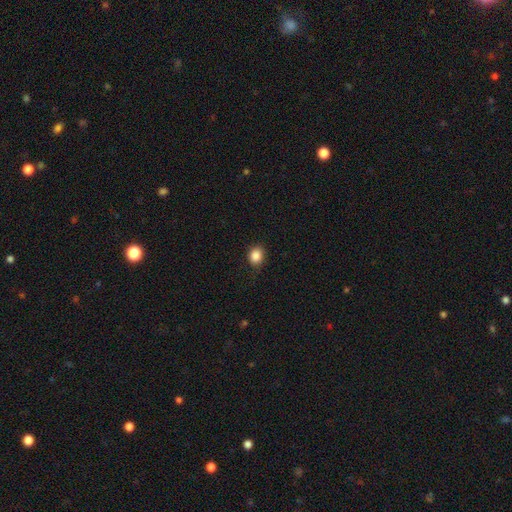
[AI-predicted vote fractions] A smooth galaxy with no disk features (87%) that is round (54%).

Vote fractions:
- Smooth or featured? smooth: 87% / star or artifact: 9% / featured or disk: 3%
- How rounded? round: 54% / in between: 45% / cigar-shaped: 1%
- Merging? none: 84% / minor disturbance: 12% / major disturbance: 3% / merger: 1%